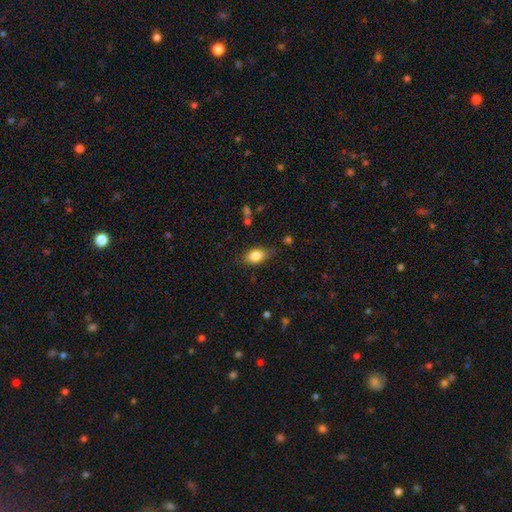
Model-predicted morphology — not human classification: type=smooth (83%); roundness=in between (87%); merging=none (77%).